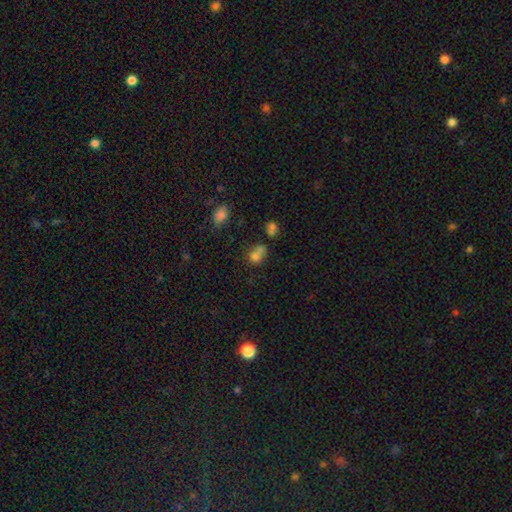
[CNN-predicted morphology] smooth 72%, star or artifact 15%, featured or disk 13%. Down the decision tree: how rounded — round (58%); merging — merger (49%).